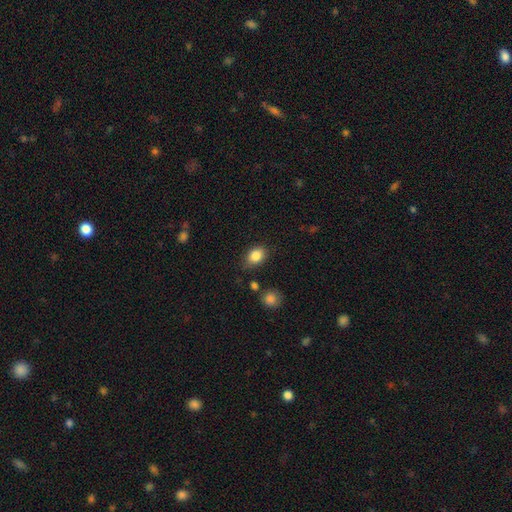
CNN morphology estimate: type=smooth (85%); roundness=in between (71%); merging=none (76%).